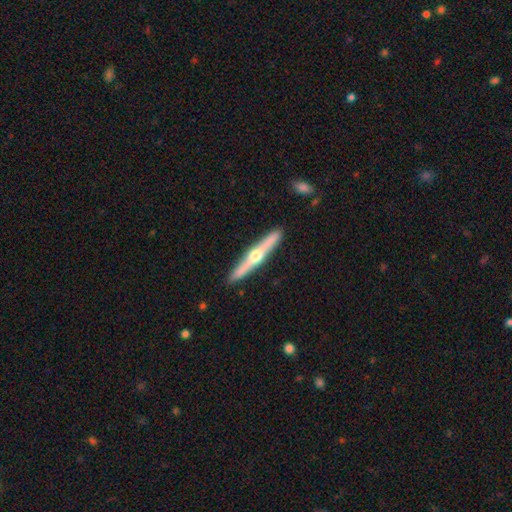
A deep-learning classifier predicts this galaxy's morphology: type=featured or disk (70%); edge-on=yes (97%); edge-on bulge=rounded (94%); merging=none (91%).